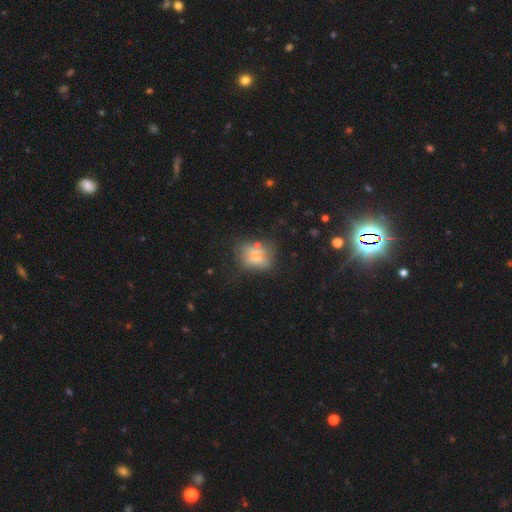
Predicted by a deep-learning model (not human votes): Smooth or featured: smooth — 56% (featured or disk — 27%)
How rounded: in between — 59% (round — 37%)
Merging: none — 51% (minor disturbance — 22%)